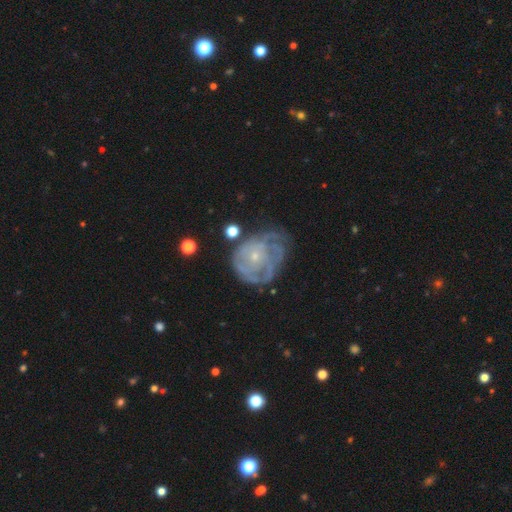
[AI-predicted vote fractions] This is likely a featured or disk galaxy (77%). It is clearly not viewed edge-on (97%). Bar: clearly no (81%). Spiral arm pattern: clearly yes (81%). Spiral arm count: possibly can't tell (48%). Spiral winding: likely tight (62%). Central bulge: likely small (78%). Merging: possibly none (49%).